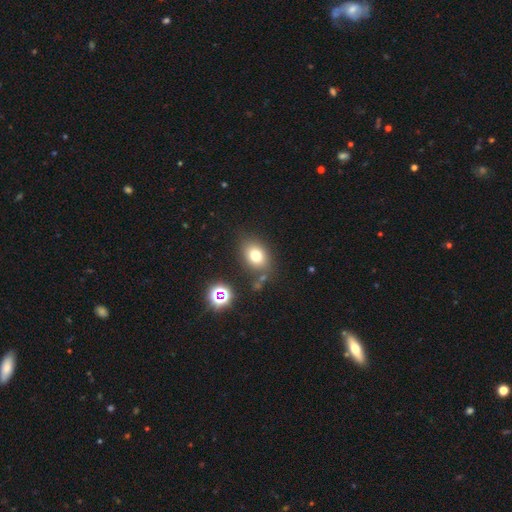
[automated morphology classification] Smooth or featured? smooth (75%)
How rounded? in between (63%)
Merging? none (75%)